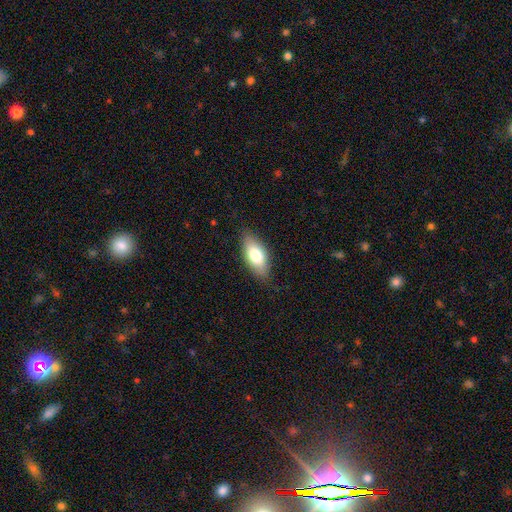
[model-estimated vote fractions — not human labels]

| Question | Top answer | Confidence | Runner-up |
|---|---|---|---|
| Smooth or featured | smooth | 74% | featured or disk (19%) |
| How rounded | in between | 87% | cigar-shaped (10%) |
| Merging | none | 82% | minor disturbance (15%) |